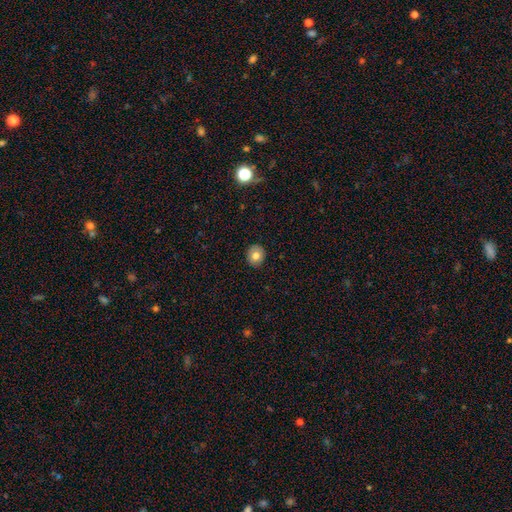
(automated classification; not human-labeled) Smooth or featured?
  - smooth: 77% *
  - featured or disk: 14%
  - star or artifact: 9%
How rounded?
  - round: 76% *
  - in between: 23%
  - cigar-shaped: 1%
Merging?
  - none: 90% *
  - minor disturbance: 7%
  - major disturbance: 2%
  - merger: 1%